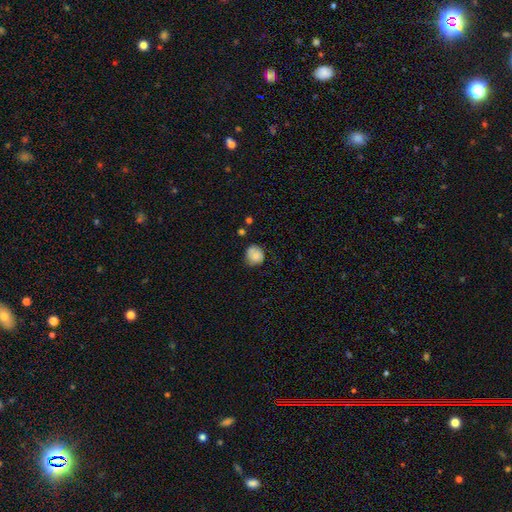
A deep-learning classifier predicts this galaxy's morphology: A smooth galaxy with no disk features (77%) that is round (84%).

Vote fractions:
- Smooth or featured? smooth: 77% / featured or disk: 15% / star or artifact: 8%
- How rounded? round: 84% / in between: 15% / cigar-shaped: 1%
- Merging? none: 68% / minor disturbance: 25% / major disturbance: 5% / merger: 2%